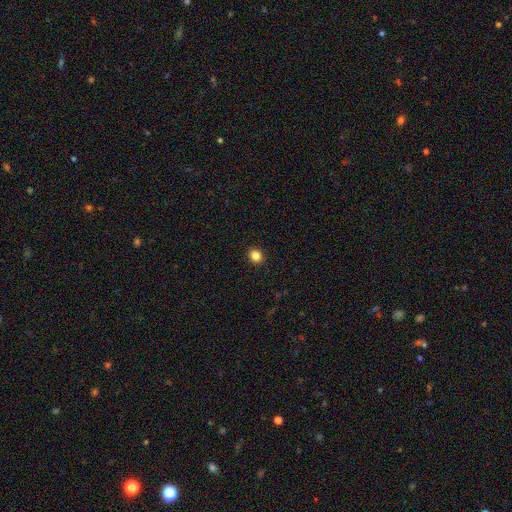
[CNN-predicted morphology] Smooth or featured: smooth — 84% (star or artifact — 12%)
How rounded: round — 86% (in between — 13%)
Merging: none — 93% (minor disturbance — 5%)